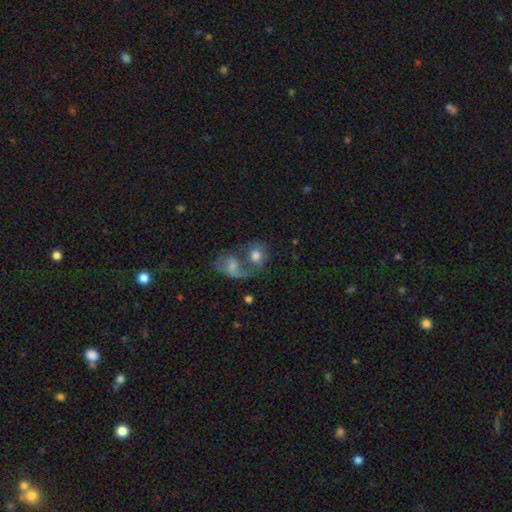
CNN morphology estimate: This appears to be a smooth galaxy with no disk features (59%) that is round (58%). Merging: merger (61%).